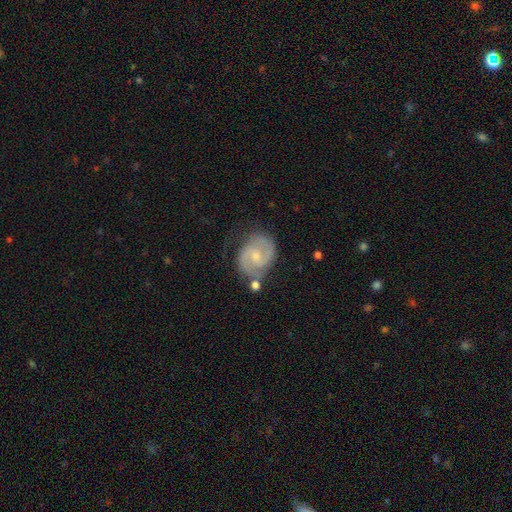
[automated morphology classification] This is clearly a featured or disk galaxy (84%). It is clearly not viewed edge-on (98%). Bar: possibly weak (47%). Spiral arm pattern: clearly yes (96%). Spiral arm count: clearly 2 (88%). Spiral winding: possibly medium (52%). Central bulge: possibly small (56%). Merging: likely none (67%).